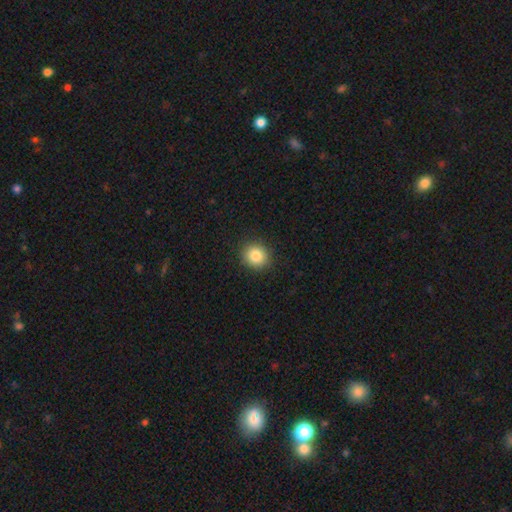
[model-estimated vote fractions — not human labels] Smooth or featured? Predicted: smooth (p=0.84). How rounded? Predicted: round (p=0.84). Merging? Predicted: none (p=0.91).